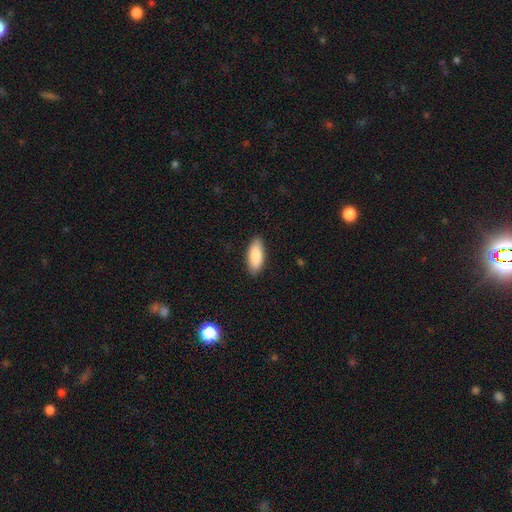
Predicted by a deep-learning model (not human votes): This appears to be a smooth galaxy with no disk features (86%) that is in between round and cigar-shaped (80%). Merging: none (88%).